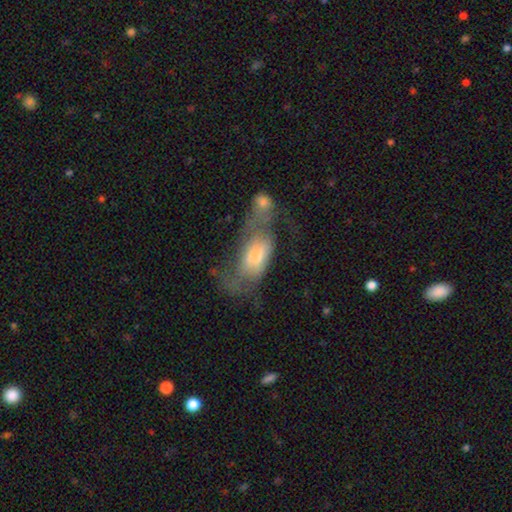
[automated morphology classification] Overall: smooth (54%; featured or disk 38%). How rounded: in between (88%). Merging: merger (40%; major disturbance 29%).